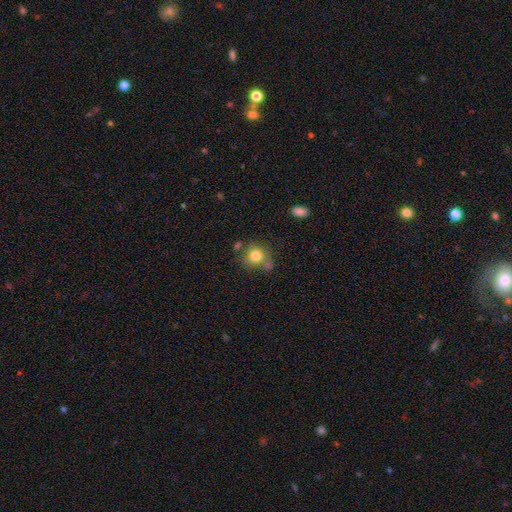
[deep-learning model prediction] Q: Smooth or featured?
A: smooth (78%); runner-up: featured or disk (12%)
Q: How rounded?
A: round (83%); runner-up: in between (16%)
Q: Merging?
A: none (59%); runner-up: minor disturbance (19%)